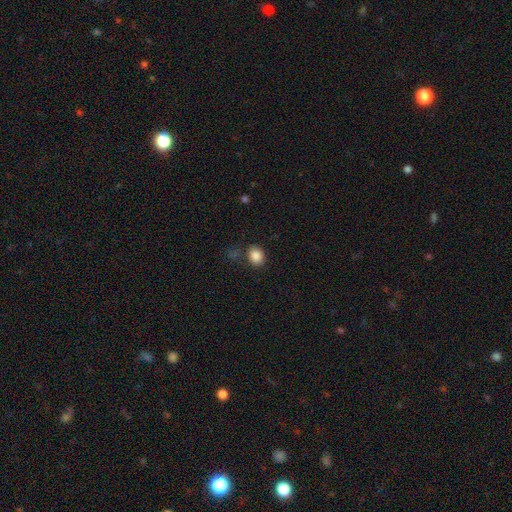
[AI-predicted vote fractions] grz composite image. It shows a smooth galaxy with no disk features (86%) that is round (52%). Merging: none (79%).